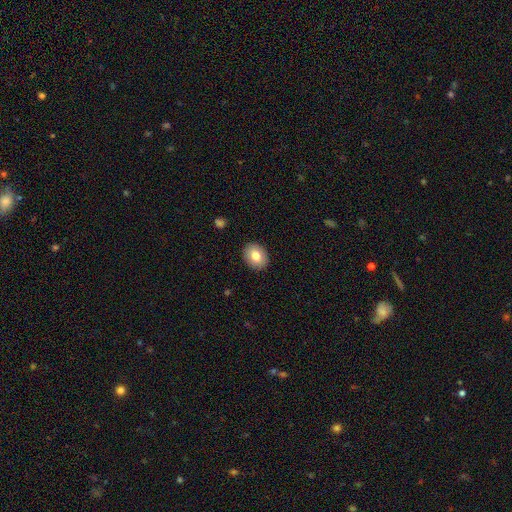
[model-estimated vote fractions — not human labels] Q: Smooth or featured?
A: smooth (82%); runner-up: featured or disk (10%)
Q: How rounded?
A: in between (52%); runner-up: round (47%)
Q: Merging?
A: none (90%); runner-up: minor disturbance (7%)